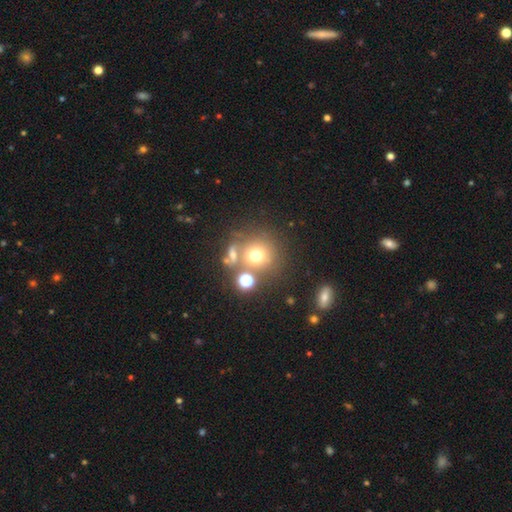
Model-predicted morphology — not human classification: Smooth or featured? Predicted: smooth (p=0.66). How rounded? Predicted: round (p=0.88). Merging? Predicted: none (p=0.59).